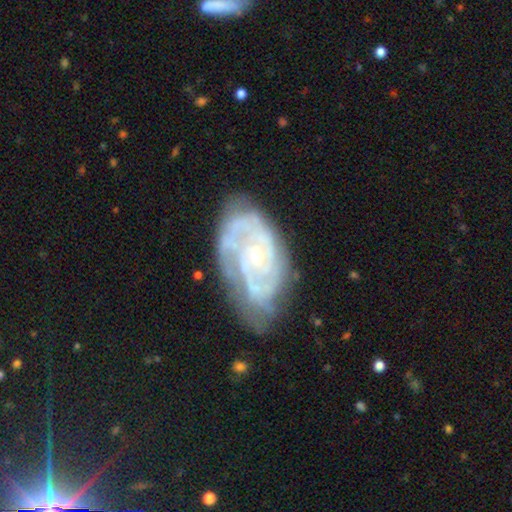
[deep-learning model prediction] Morphology: type=featured or disk (85%); edge-on=no (96%); bar=no (74%); spiral arms=yes (92%); winding=tight (67%); arm count=can't tell (33%); bulge=small (63%); merging=none (57%).